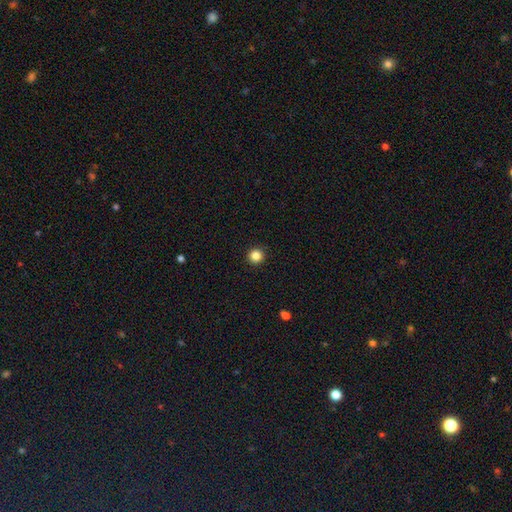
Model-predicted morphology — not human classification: smooth 85%, star or artifact 11%, featured or disk 4%. Down the decision tree: how rounded — round (96%); merging — none (94%).